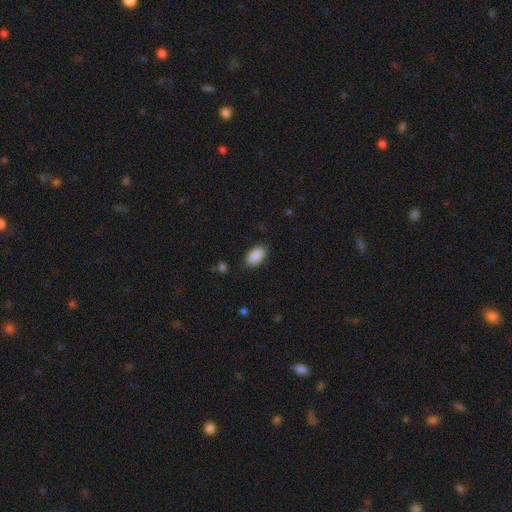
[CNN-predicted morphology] smooth-or-featured: smooth: 90% | star or artifact: 7% | featured or disk: 3%
  how-rounded: in between: 94% | round: 4% | cigar-shaped: 2%
  merging: none: 85% | minor disturbance: 11% | major disturbance: 3% | merger: 1%